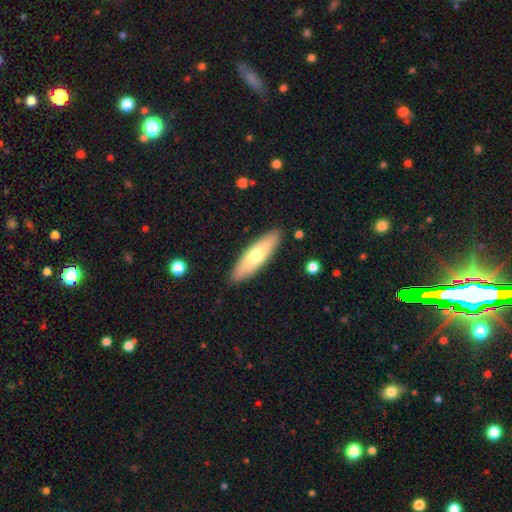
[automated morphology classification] This appears to be a smooth galaxy with no disk features (64%) that is cigar-shaped (56%). Merging: none (89%).